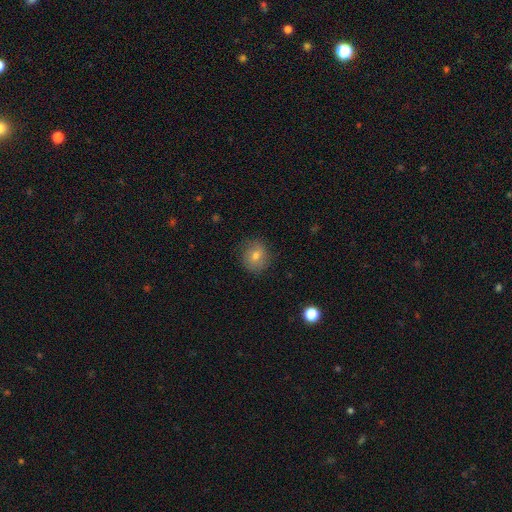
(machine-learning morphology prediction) The model was most divided on "smooth or featured": smooth: 69%, featured or disk: 19%, star or artifact: 12%. More confident: how rounded — round (86%); merging — none (84%).